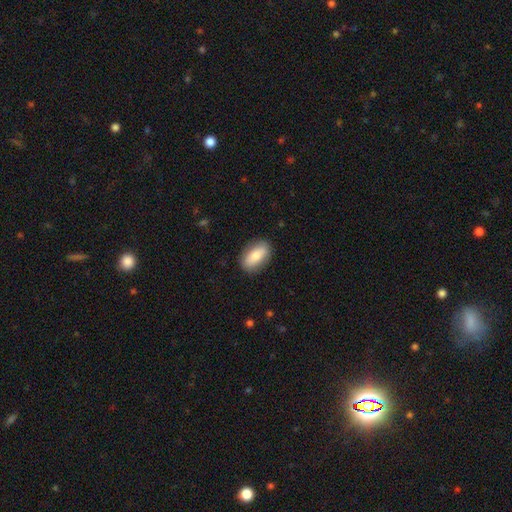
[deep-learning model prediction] smooth_or_featured: smooth (p=0.79) [alt: featured or disk p=0.15]
how_rounded: in between (p=0.88) [alt: cigar-shaped p=0.07]
merging: none (p=0.86) [alt: minor disturbance p=0.10]